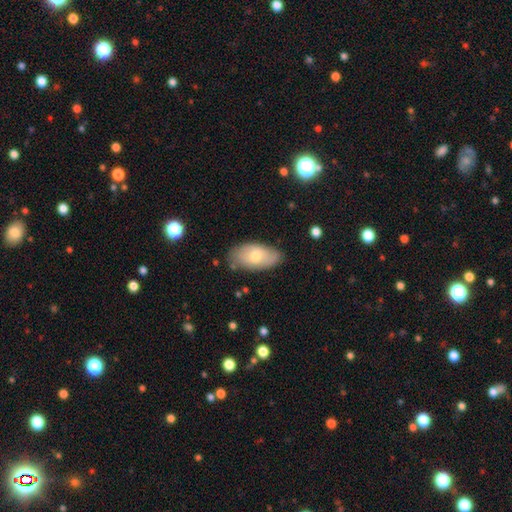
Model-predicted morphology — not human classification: Q: Smooth or featured?
A: smooth (66%); runner-up: featured or disk (28%)
Q: How rounded?
A: in between (94%); runner-up: round (3%)
Q: Merging?
A: none (75%); runner-up: minor disturbance (19%)